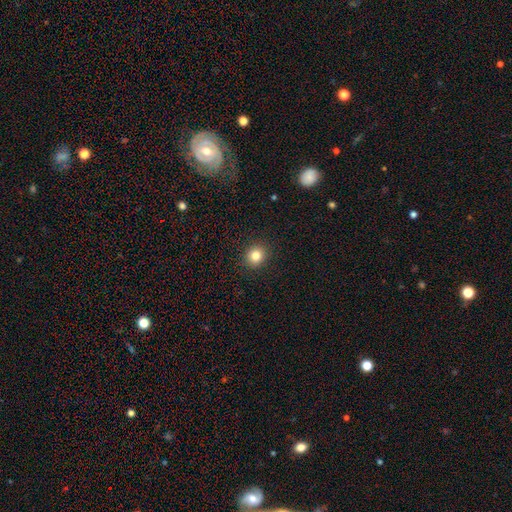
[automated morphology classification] Smooth or featured?
  - smooth: 83% *
  - star or artifact: 11%
  - featured or disk: 6%
How rounded?
  - round: 80% *
  - in between: 19%
  - cigar-shaped: 1%
Merging?
  - none: 91% *
  - minor disturbance: 6%
  - major disturbance: 2%
  - merger: 1%